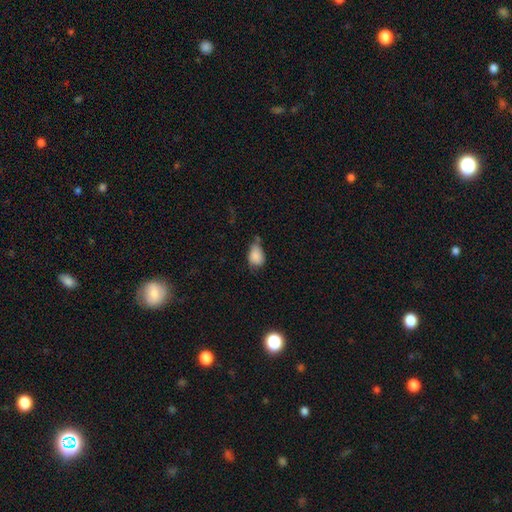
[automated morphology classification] This is clearly a smooth galaxy (82%). How rounded: clearly in between (81%). Merging: marginally minor disturbance (43%).